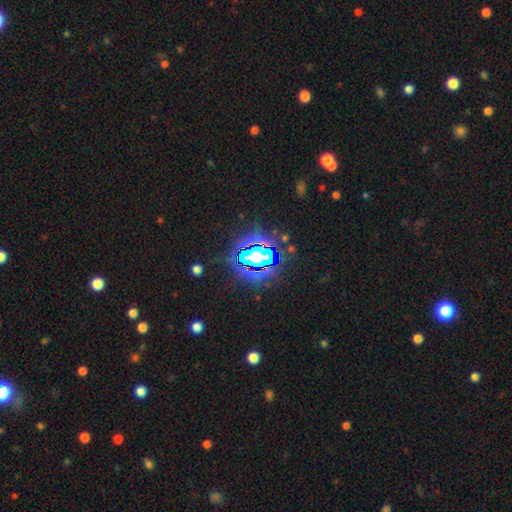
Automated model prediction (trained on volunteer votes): Overall: star or artifact (77%).